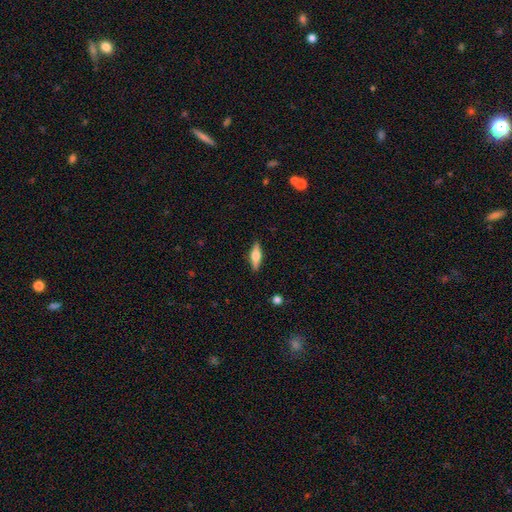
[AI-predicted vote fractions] featured or disk 48%, smooth 46%, star or artifact 6%. Down the decision tree: merging — none (89%).